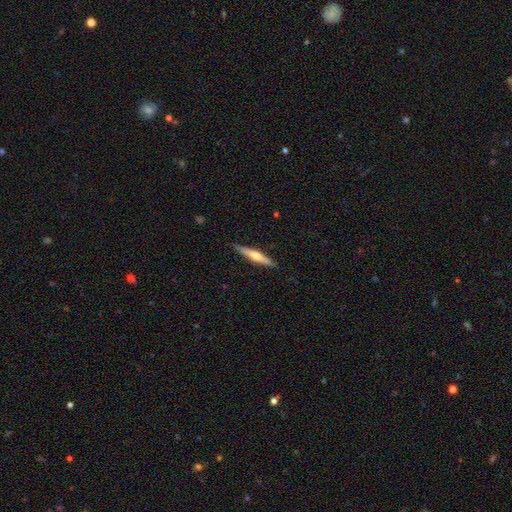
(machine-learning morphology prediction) smooth-or-featured: featured or disk: 56% | smooth: 39% | star or artifact: 5%
  disk-edge-on: yes: 96% | no: 4%
    edge-on-bulge: rounded: 85% | none: 9% | boxy: 6%
  merging: none: 87% | minor disturbance: 10% | major disturbance: 2% | merger: 1%